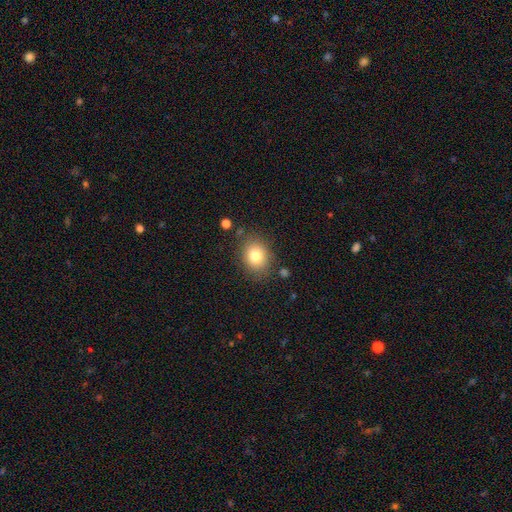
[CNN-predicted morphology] Smooth or featured? smooth (79%)
How rounded? round (57%)
Merging? none (81%)